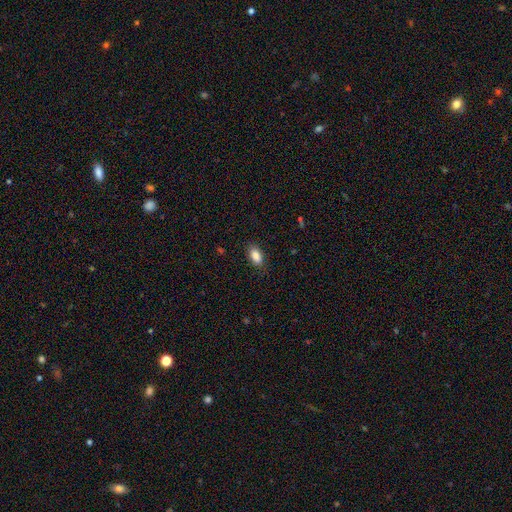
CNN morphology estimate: This appears to be a smooth galaxy with no disk features (88%) that is in between round and cigar-shaped (92%). Merging: none (85%).